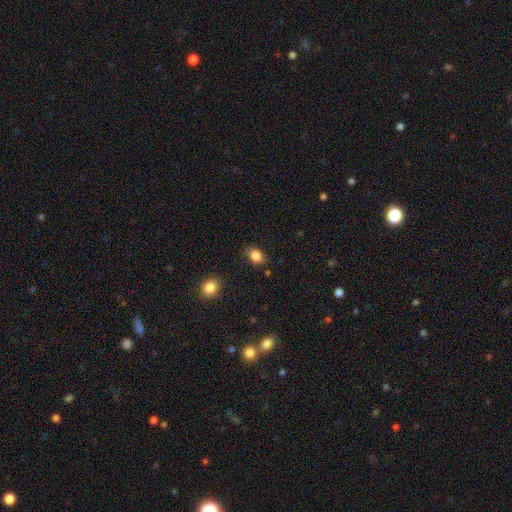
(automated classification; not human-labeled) Smooth or featured: smooth — 85% (star or artifact — 9%)
How rounded: in between — 78% (round — 21%)
Merging: none — 81% (minor disturbance — 14%)